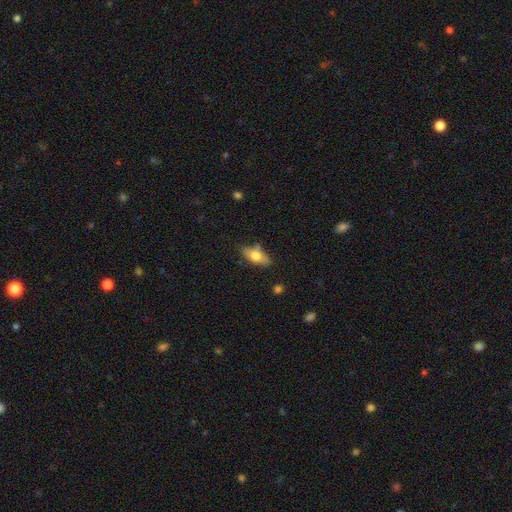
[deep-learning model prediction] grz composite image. It shows a smooth galaxy with no disk features (67%) that is in between round and cigar-shaped (81%). Merging: none (70%).